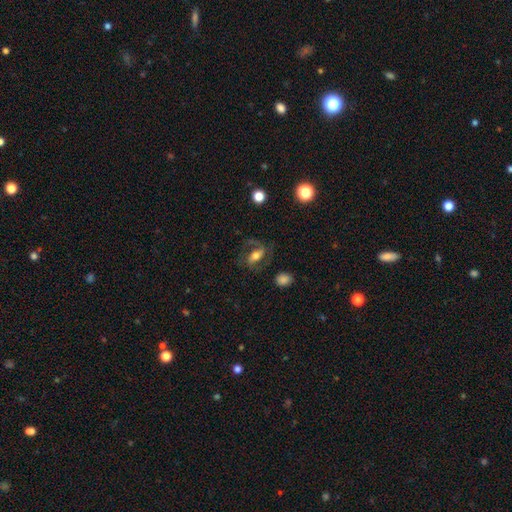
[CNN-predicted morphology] Smooth or featured? Predicted: featured or disk (p=0.61). Edge-on disk? Predicted: no (p=0.93). Bar? Predicted: strong (p=0.38). Spiral arms? Predicted: yes (p=0.85). Bulge size? Predicted: moderate (p=0.59). Merging? Predicted: none (p=0.66).